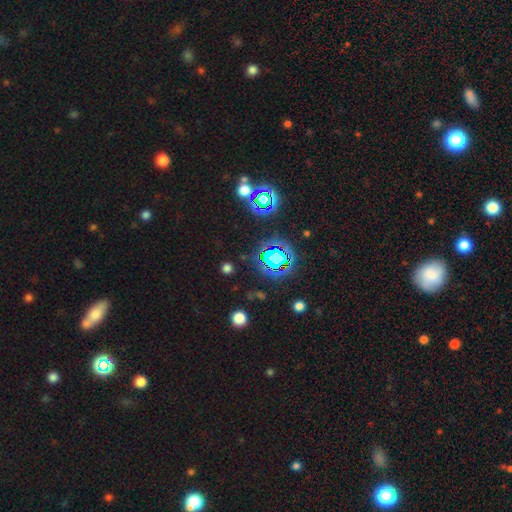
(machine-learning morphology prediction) Smooth or featured? star or artifact (77%)